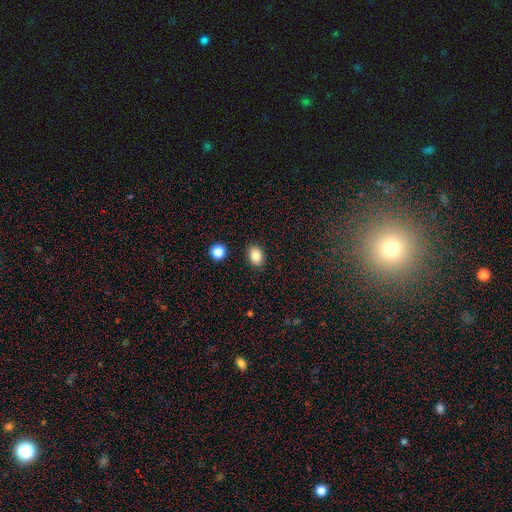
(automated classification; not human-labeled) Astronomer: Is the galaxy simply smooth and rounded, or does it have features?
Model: smooth — 86%.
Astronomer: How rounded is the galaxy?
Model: in between — 74%.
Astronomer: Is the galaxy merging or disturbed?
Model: none — 87%.